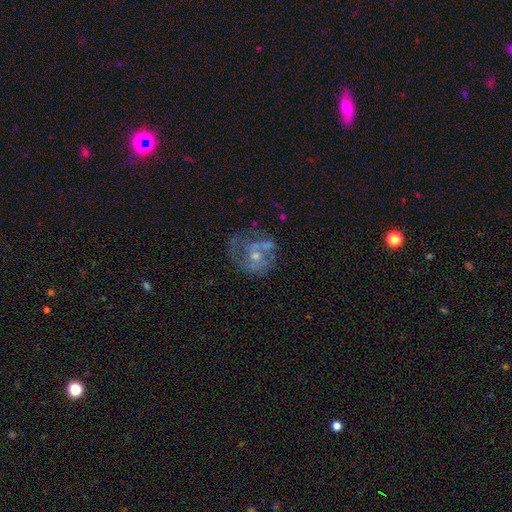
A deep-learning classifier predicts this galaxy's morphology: Smooth or featured? Predicted: featured or disk (p=0.70). Edge-on disk? Predicted: no (p=0.98). Bar? Predicted: no (p=0.76). Spiral arms? Predicted: yes (p=0.61). Bulge size? Predicted: small (p=0.48). Merging? Predicted: none (p=0.40).